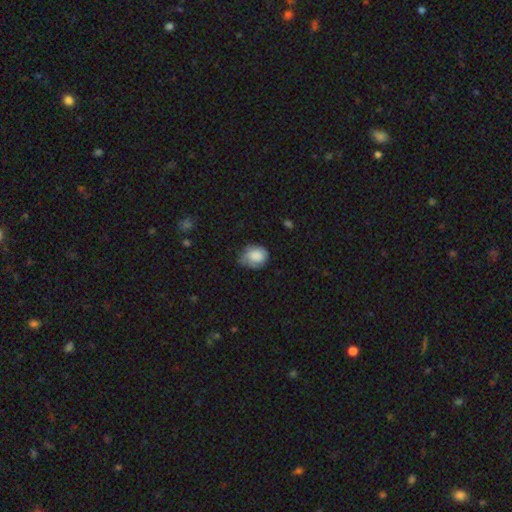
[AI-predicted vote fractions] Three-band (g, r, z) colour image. It shows a smooth galaxy with no disk features (78%) that is round (51%). Merging: none (44%).